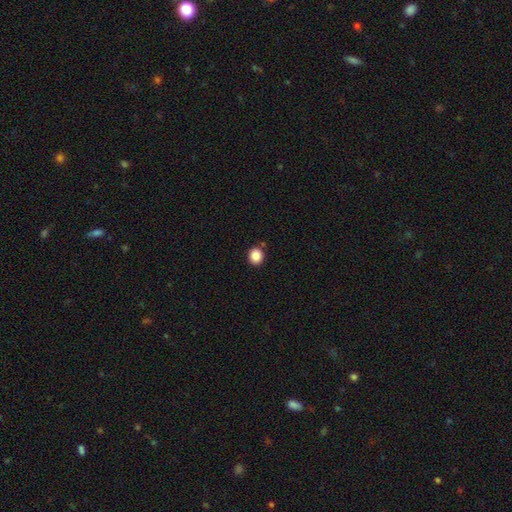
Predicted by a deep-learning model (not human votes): A smooth galaxy with no disk features (87%) that is round (86%).

Vote fractions:
- Smooth or featured? smooth: 87% / star or artifact: 10% / featured or disk: 3%
- How rounded? round: 86% / in between: 13% / cigar-shaped: 1%
- Merging? none: 88% / minor disturbance: 7% / merger: 3% / major disturbance: 2%